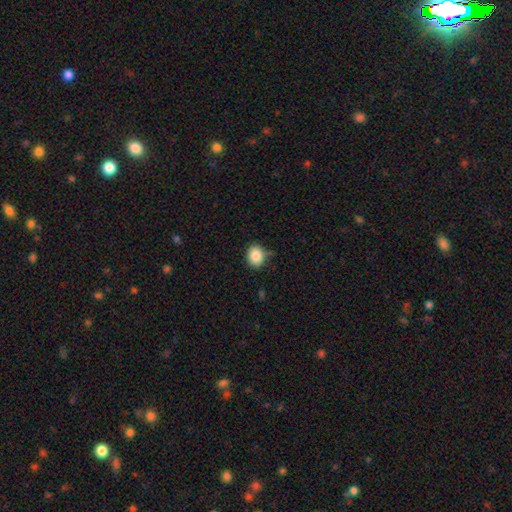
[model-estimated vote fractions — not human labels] Overall: smooth (86%). How rounded: round (59%; in between 40%). Merging: none (79%).